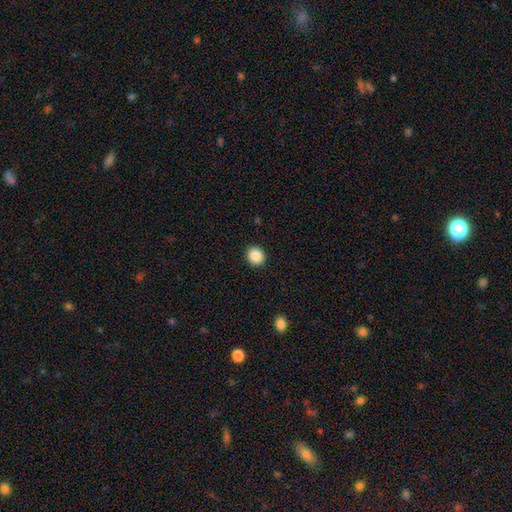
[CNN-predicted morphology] Smooth or featured? Predicted: smooth (p=0.88). How rounded? Predicted: round (p=0.85). Merging? Predicted: none (p=0.92).